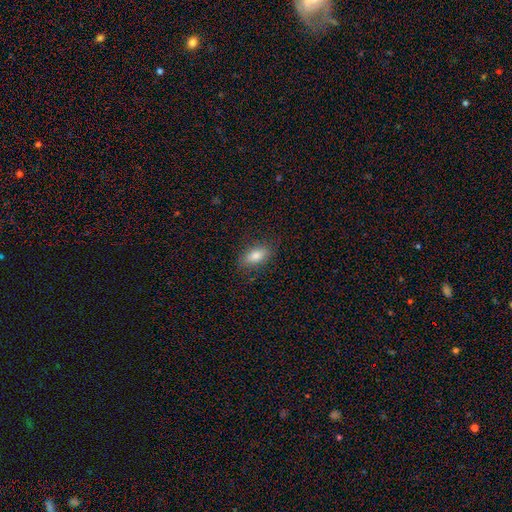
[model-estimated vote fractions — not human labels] This appears to be a smooth galaxy with no disk features (82%) that is in between round and cigar-shaped (87%). Merging: none (85%).